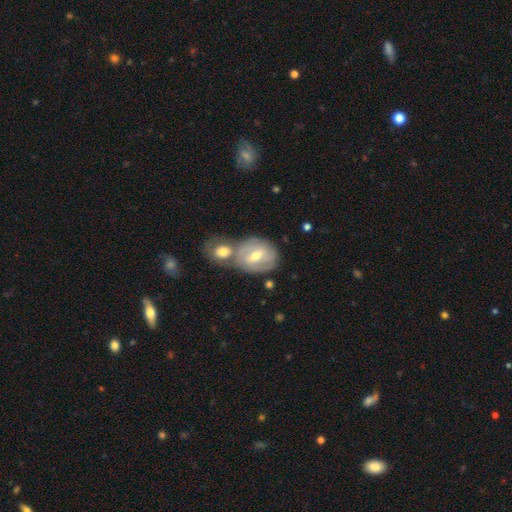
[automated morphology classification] smooth-or-featured: featured or disk: 59% | smooth: 34% | star or artifact: 6%
  disk-edge-on: no: 94% | yes: 6%
    bar: weak: 49% | strong: 28% | no: 23%
    has-spiral-arms: yes: 61% | no: 39%
    bulge-size: moderate: 68% | small: 27% | large: 3% | none: 1% | dominant: 1%
  merging: merger: 42% | none: 41% | minor disturbance: 12% | major disturbance: 5%